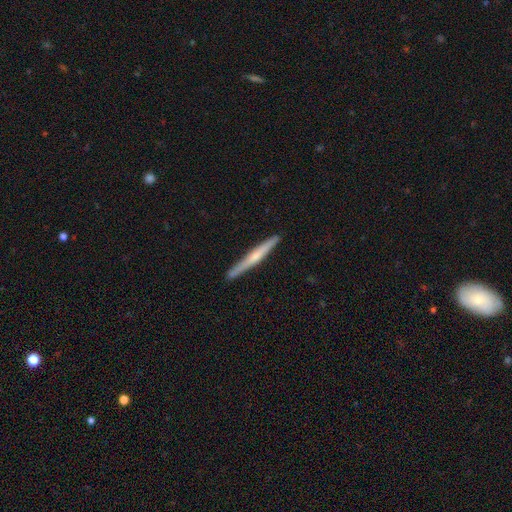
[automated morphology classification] Smooth or featured? featured or disk (56%)
Edge-on disk? yes (97%)
Edge-on bulge? rounded (60%)
Merging? none (91%)